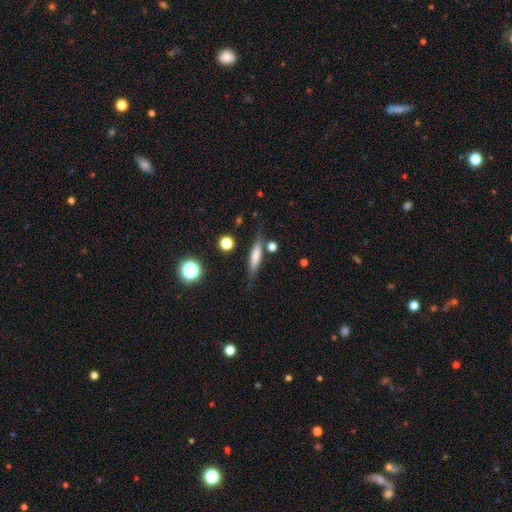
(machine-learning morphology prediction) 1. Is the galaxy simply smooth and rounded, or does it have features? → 52% smooth, 40% featured or disk, 8% star or artifact.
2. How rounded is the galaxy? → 82% cigar-shaped, 15% in between, 3% round.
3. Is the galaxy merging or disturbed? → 76% none, 15% minor disturbance, 4% major disturbance, 4% merger.